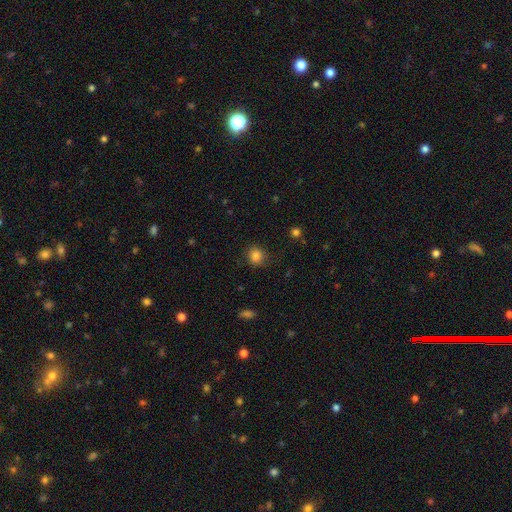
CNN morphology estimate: A smooth galaxy with no disk features (84%) that is round (80%). Merging: none (84%).